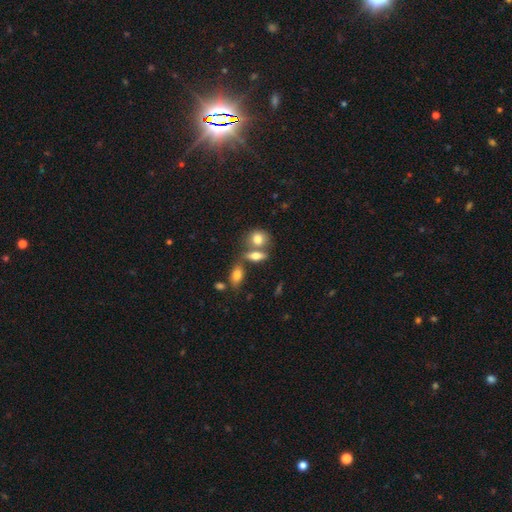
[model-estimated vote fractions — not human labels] Overall: smooth (76%). How rounded: in between (63%; round 28%). Merging: none (44%; merger 40%).